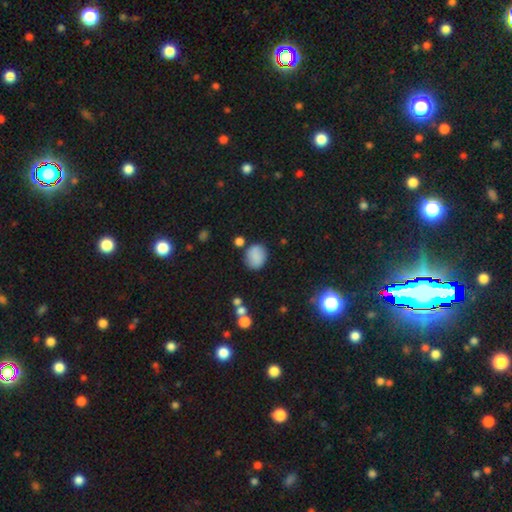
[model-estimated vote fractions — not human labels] A smooth galaxy with no disk features (83%) that is round (56%).

Vote fractions:
- Smooth or featured? smooth: 83% / star or artifact: 9% / featured or disk: 8%
- How rounded? round: 56% / in between: 43% / cigar-shaped: 1%
- Merging? none: 78% / minor disturbance: 14% / merger: 5% / major disturbance: 4%